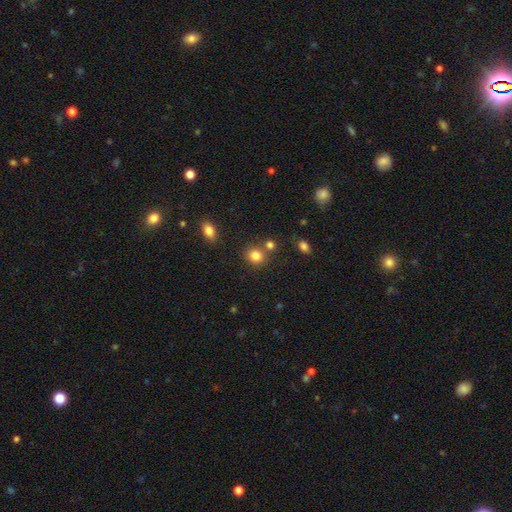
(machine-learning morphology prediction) Smooth or featured?
  - smooth: 82% *
  - star or artifact: 12%
  - featured or disk: 6%
How rounded?
  - round: 79% *
  - in between: 20%
  - cigar-shaped: 1%
Merging?
  - none: 72% *
  - merger: 15%
  - minor disturbance: 10%
  - major disturbance: 3%